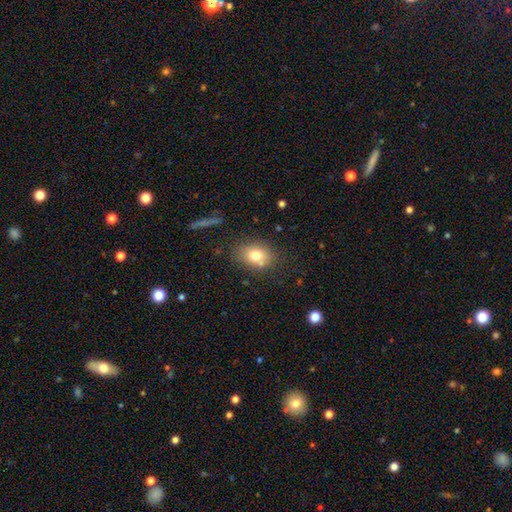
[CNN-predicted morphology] smooth-or-featured: smooth: 75% | featured or disk: 14% | star or artifact: 11%
  how-rounded: in between: 64% | round: 35% | cigar-shaped: 1%
  merging: none: 74% | minor disturbance: 14% | merger: 8% | major disturbance: 4%